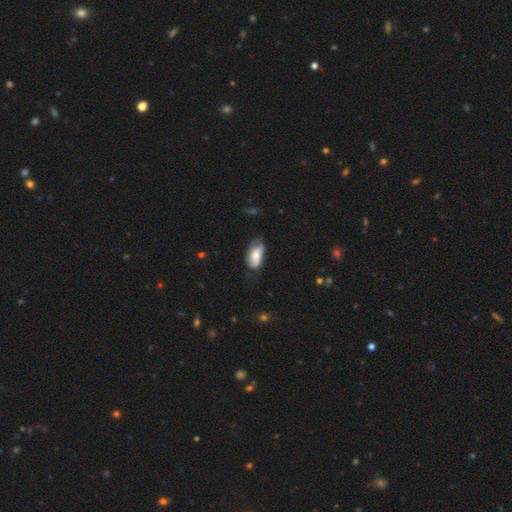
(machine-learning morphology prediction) A smooth galaxy with no disk features (68%) that is in between round and cigar-shaped (92%).

Vote fractions:
- Smooth or featured? smooth: 68% / featured or disk: 26% / star or artifact: 6%
- How rounded? in between: 92% / cigar-shaped: 5% / round: 3%
- Merging? none: 52% / minor disturbance: 34% / major disturbance: 12% / merger: 2%